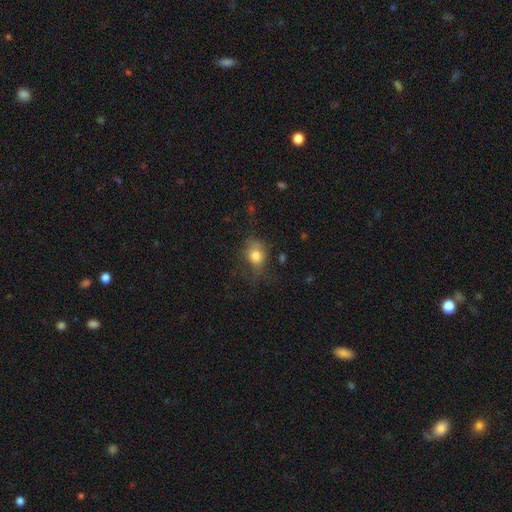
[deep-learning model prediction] Smooth or featured: smooth — 77% (featured or disk — 12%)
How rounded: round — 53% (in between — 45%)
Merging: none — 50% (minor disturbance — 27%)